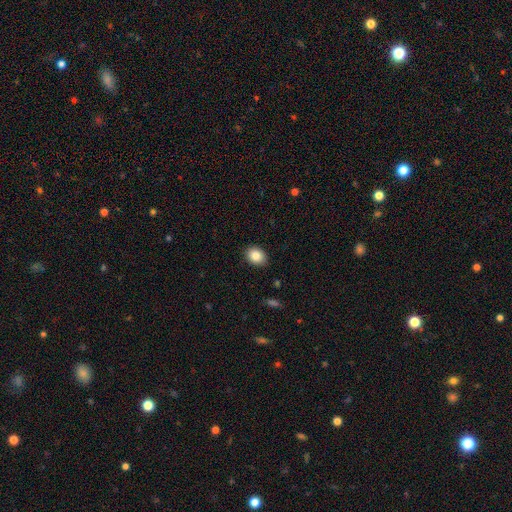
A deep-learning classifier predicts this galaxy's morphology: smooth-or-featured: smooth: 85% | star or artifact: 9% | featured or disk: 7%
  how-rounded: in between: 64% | round: 35% | cigar-shaped: 1%
  merging: none: 89% | minor disturbance: 9% | major disturbance: 2% | merger: 1%